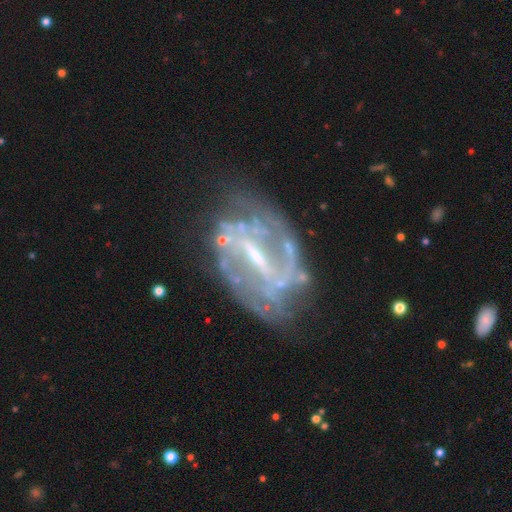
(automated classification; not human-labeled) Smooth or featured? Predicted: featured or disk (p=0.87). Edge-on disk? Predicted: no (p=0.96). Bar? Predicted: strong (p=0.52). Spiral arms? Predicted: yes (p=0.85). Spiral winding? Predicted: medium (p=0.41). Spiral arm count? Predicted: 2 (p=0.49). Bulge size? Predicted: small (p=0.60). Merging? Predicted: none (p=0.62).